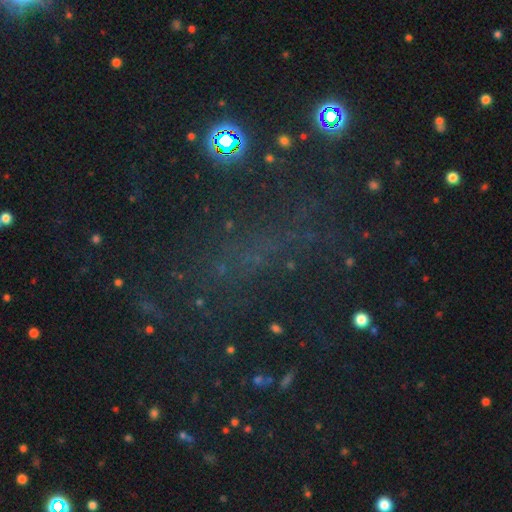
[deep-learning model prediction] smooth-or-featured: star or artifact: 55% | smooth: 29% | featured or disk: 16%